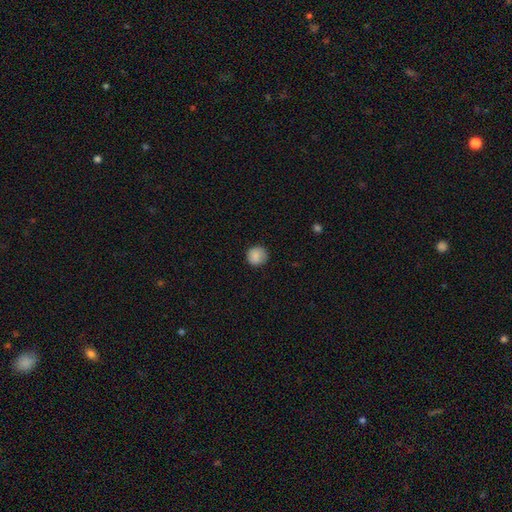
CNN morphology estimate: smooth_or_featured: smooth (p=0.87) [alt: star or artifact p=0.08]
how_rounded: round (p=0.92) [alt: in between p=0.07]
merging: none (p=0.86) [alt: minor disturbance p=0.11]